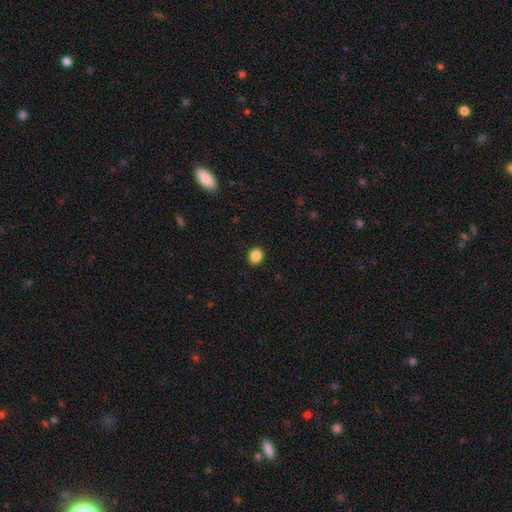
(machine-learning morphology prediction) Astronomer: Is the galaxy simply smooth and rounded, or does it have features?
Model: smooth — 87%.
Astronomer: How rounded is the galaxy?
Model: round — 60% (runner-up: in between, 39%).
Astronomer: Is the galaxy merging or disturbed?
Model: none — 91%.